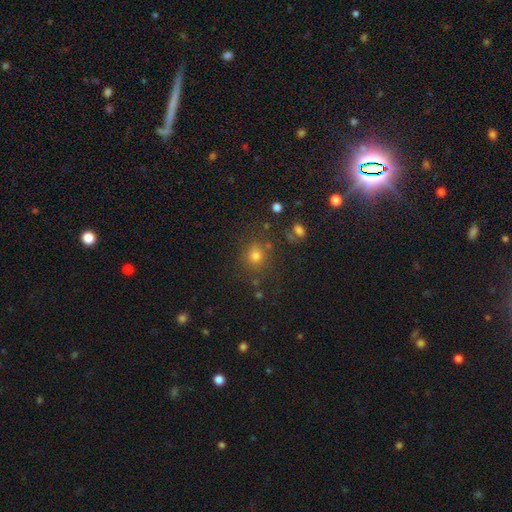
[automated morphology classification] This is likely a smooth galaxy (72%). How rounded: clearly round (83%). Merging: likely none (78%).